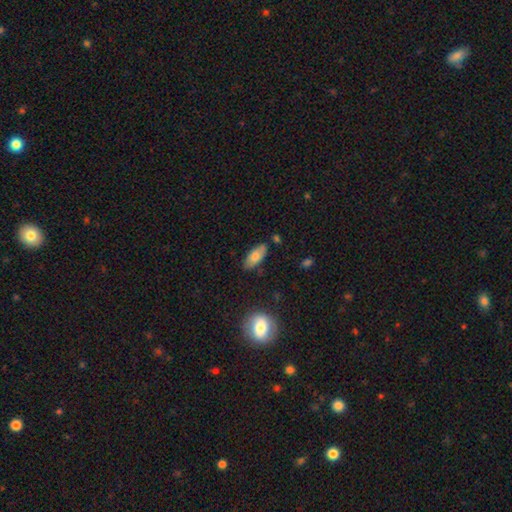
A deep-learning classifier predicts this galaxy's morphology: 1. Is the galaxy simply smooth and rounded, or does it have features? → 75% smooth, 18% featured or disk, 7% star or artifact.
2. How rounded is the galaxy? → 86% in between, 11% cigar-shaped, 3% round.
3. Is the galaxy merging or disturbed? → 80% none, 14% minor disturbance, 3% merger, 3% major disturbance.